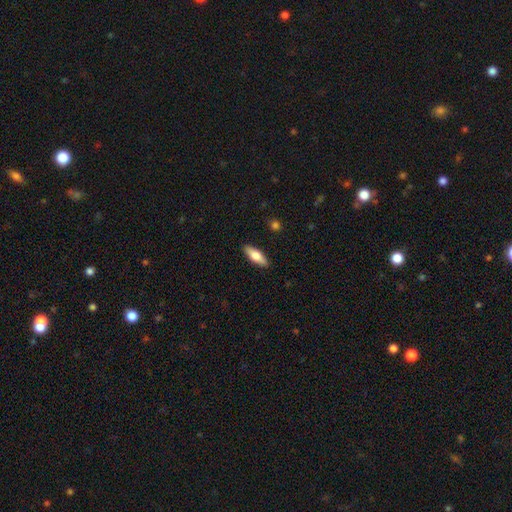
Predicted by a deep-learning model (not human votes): The model was most divided on "how rounded": in between: 52%, cigar-shaped: 45%, round: 2%. More confident: merging — none (89%); smooth or featured — smooth (61%).